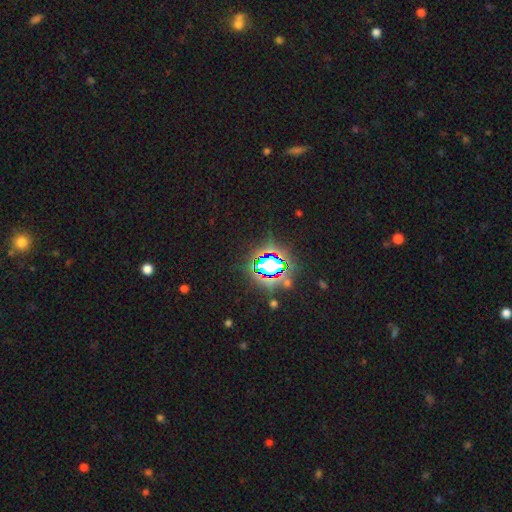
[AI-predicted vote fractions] Overall: star or artifact (72%).